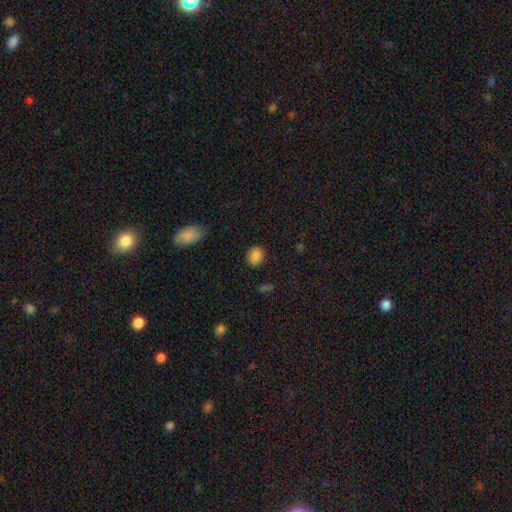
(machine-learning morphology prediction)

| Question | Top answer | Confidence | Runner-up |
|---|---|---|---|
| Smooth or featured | smooth | 85% | star or artifact (9%) |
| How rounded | round | 63% | in between (36%) |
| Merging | none | 88% | minor disturbance (8%) |